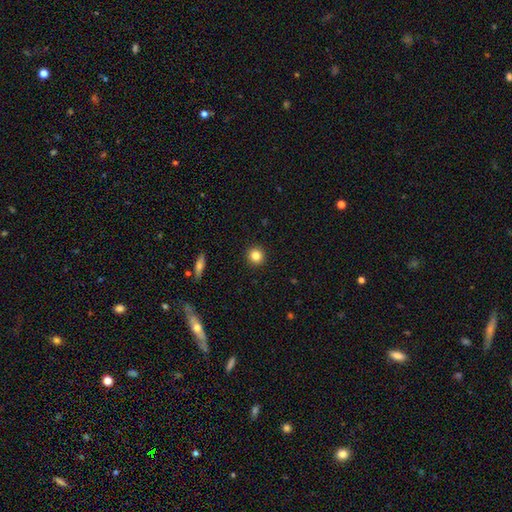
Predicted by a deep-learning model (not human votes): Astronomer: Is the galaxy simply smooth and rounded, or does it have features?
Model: smooth — 83%.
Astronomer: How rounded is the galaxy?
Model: round — 93%.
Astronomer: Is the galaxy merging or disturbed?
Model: none — 93%.